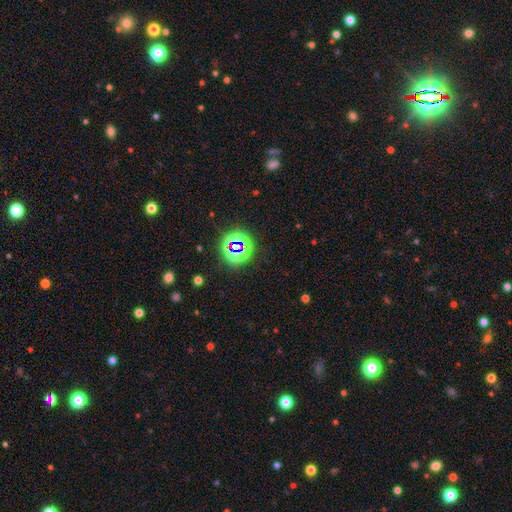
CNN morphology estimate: Smooth or featured?
  - star or artifact: 75% *
  - smooth: 16%
  - featured or disk: 9%